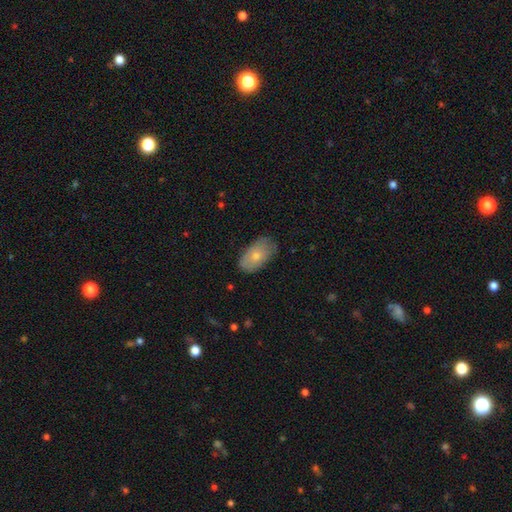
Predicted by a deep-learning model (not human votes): smooth_or_featured: smooth (p=0.71) [alt: featured or disk p=0.23]
how_rounded: in between (p=0.93) [alt: round p=0.05]
merging: none (p=0.74) [alt: minor disturbance p=0.21]